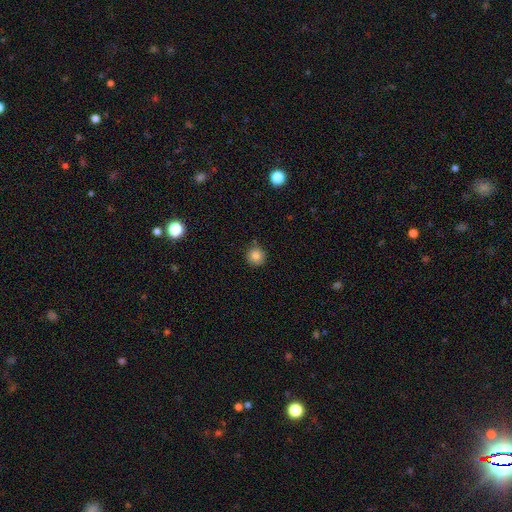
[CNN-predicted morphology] The model was most divided on "smooth or featured": smooth: 83%, star or artifact: 11%, featured or disk: 6%. More confident: how rounded — round (94%); merging — none (86%).